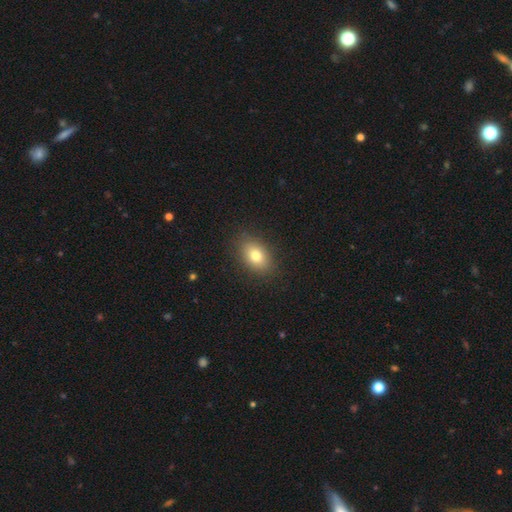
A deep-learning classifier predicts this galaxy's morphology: Smooth or featured? smooth (79%)
How rounded? in between (81%)
Merging? none (87%)